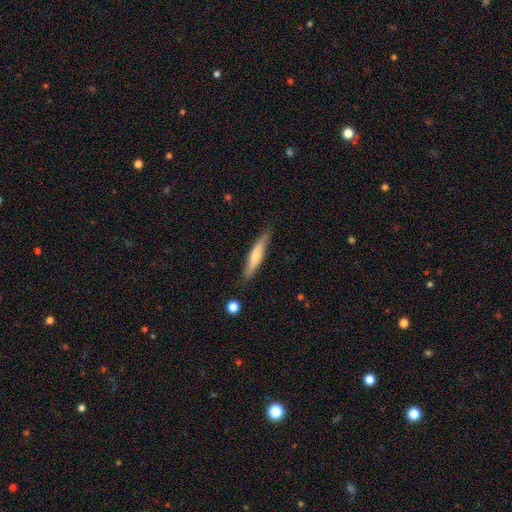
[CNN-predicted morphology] A smooth galaxy with no disk features (60%) that is cigar-shaped (88%).

Vote fractions:
- Smooth or featured? smooth: 60% / featured or disk: 34% / star or artifact: 6%
- How rounded? cigar-shaped: 88% / in between: 11% / round: 1%
- Merging? none: 83% / minor disturbance: 13% / major disturbance: 2% / merger: 2%